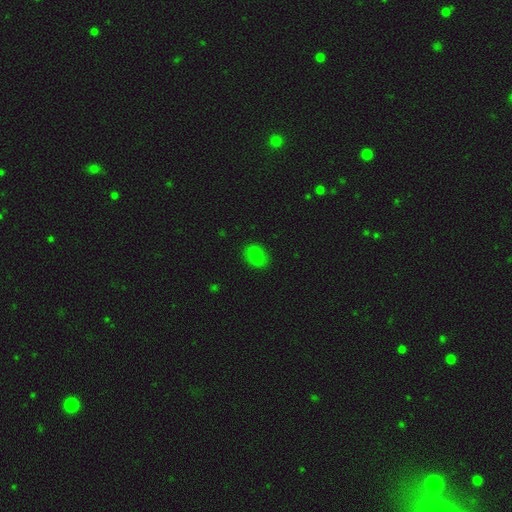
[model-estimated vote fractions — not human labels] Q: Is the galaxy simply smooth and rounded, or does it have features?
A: smooth — 81%.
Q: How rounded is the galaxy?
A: in between — 68%.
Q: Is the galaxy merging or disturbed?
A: none — 82%.